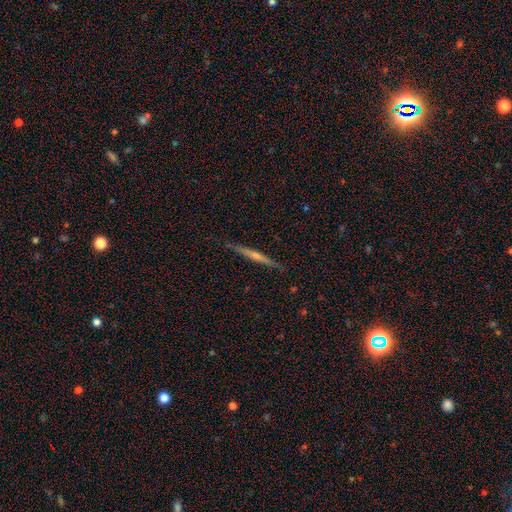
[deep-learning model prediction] featured or disk 67%, smooth 27%, star or artifact 6%. Down the decision tree: edge-on disk — yes (98%); edge-on bulge — rounded (53%); merging — none (90%).